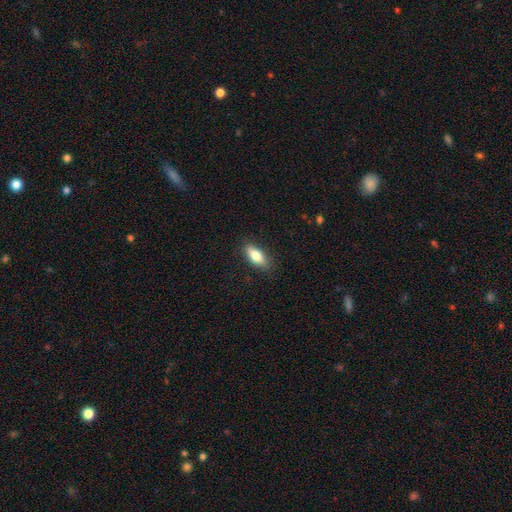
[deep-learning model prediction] Overall: smooth (76%). How rounded: in between (73%). Merging: none (85%).